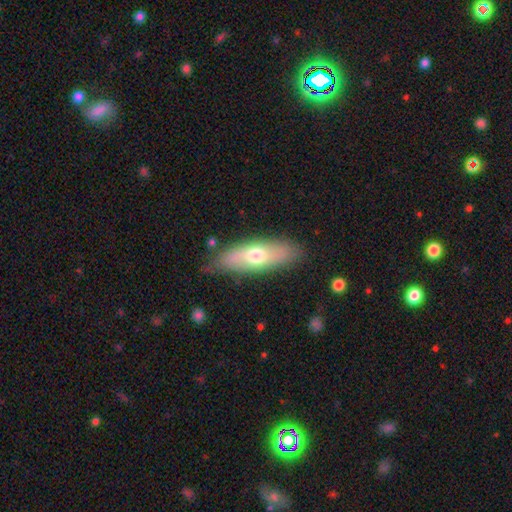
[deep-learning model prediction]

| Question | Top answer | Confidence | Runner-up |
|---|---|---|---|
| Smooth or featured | smooth | 59% | featured or disk (34%) |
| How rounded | in between | 61% | cigar-shaped (36%) |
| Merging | none | 80% | minor disturbance (14%) |